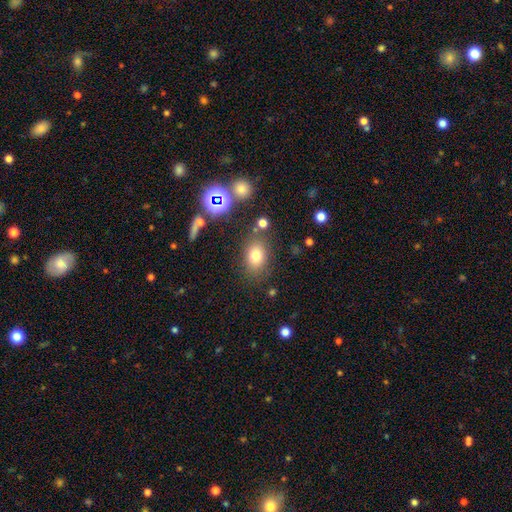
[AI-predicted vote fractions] Q: Smooth or featured?
A: smooth (74%); runner-up: star or artifact (15%)
Q: How rounded?
A: in between (70%); runner-up: round (28%)
Q: Merging?
A: none (76%); runner-up: minor disturbance (13%)